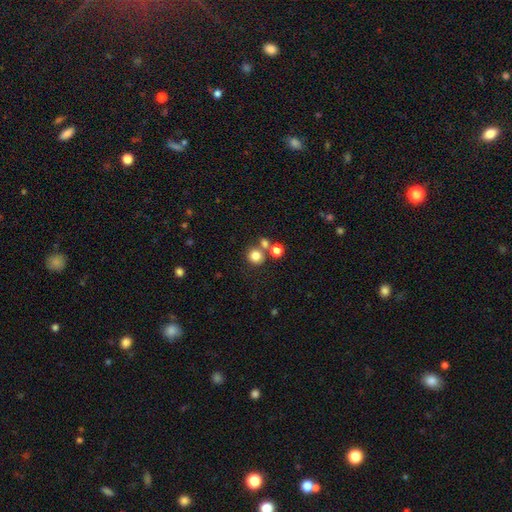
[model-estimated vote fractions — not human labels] smooth_or_featured: smooth (p=0.79) [alt: star or artifact p=0.13]
how_rounded: round (p=0.88) [alt: in between p=0.11]
merging: none (p=0.67) [alt: merger p=0.21]